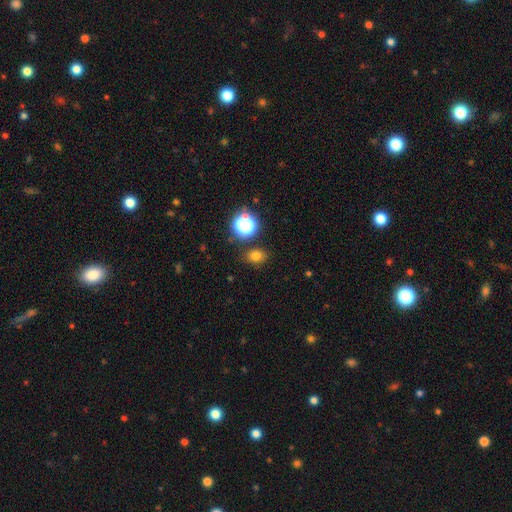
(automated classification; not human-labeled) A smooth galaxy with no disk features (72%) that is round (51%).

Vote fractions:
- Smooth or featured? smooth: 72% / star or artifact: 21% / featured or disk: 7%
- How rounded? round: 51% / in between: 48% / cigar-shaped: 1%
- Merging? none: 84% / minor disturbance: 10% / merger: 3% / major disturbance: 3%